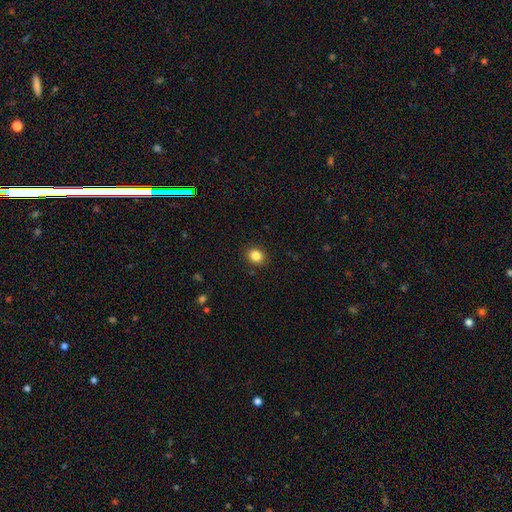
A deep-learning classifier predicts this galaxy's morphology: Smooth or featured: smooth — 85% (star or artifact — 11%)
How rounded: round — 69% (in between — 30%)
Merging: none — 90% (minor disturbance — 7%)